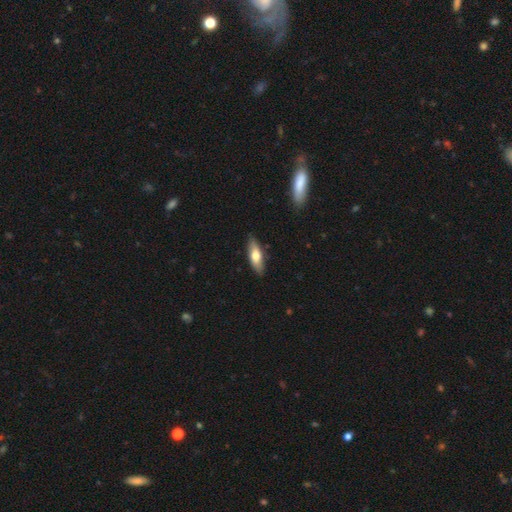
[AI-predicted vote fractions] A smooth galaxy with no disk features (65%) that is in between round and cigar-shaped (60%).

Vote fractions:
- Smooth or featured? smooth: 65% / featured or disk: 29% / star or artifact: 6%
- How rounded? in between: 60% / cigar-shaped: 38% / round: 2%
- Merging? none: 84% / minor disturbance: 12% / major disturbance: 2% / merger: 1%